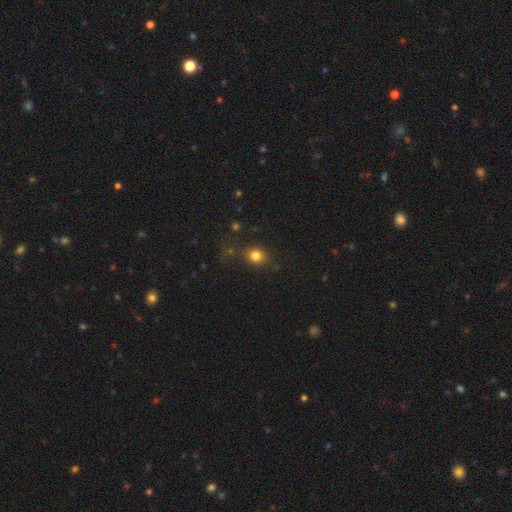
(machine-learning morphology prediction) Smooth or featured? smooth (80%)
How rounded? round (62%)
Merging? none (77%)